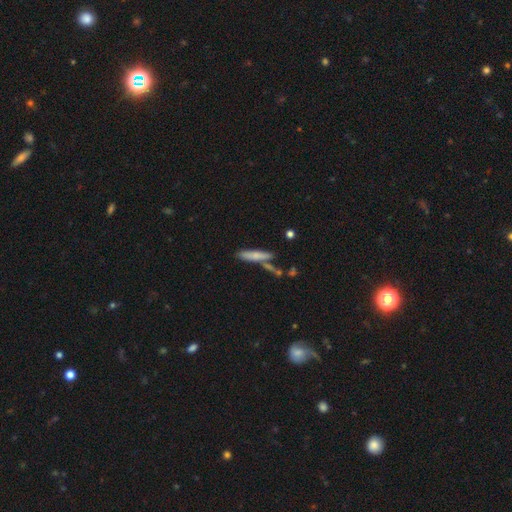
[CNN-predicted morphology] Smooth or featured: smooth — 70% (featured or disk — 22%)
How rounded: cigar-shaped — 82% (in between — 16%)
Merging: none — 60% (merger — 18%)